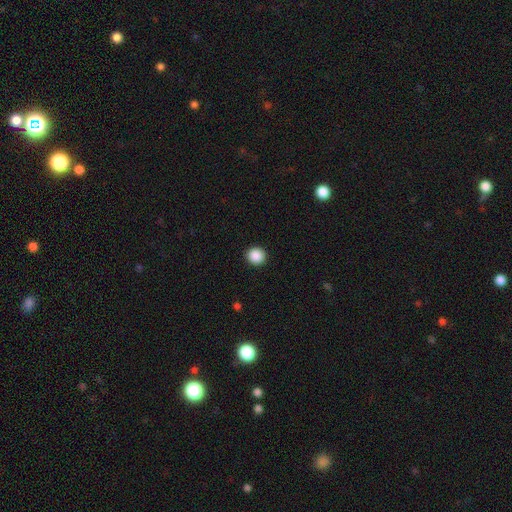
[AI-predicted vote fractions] smooth 89%, star or artifact 9%, featured or disk 2%. Down the decision tree: how rounded — round (92%); merging — none (93%).